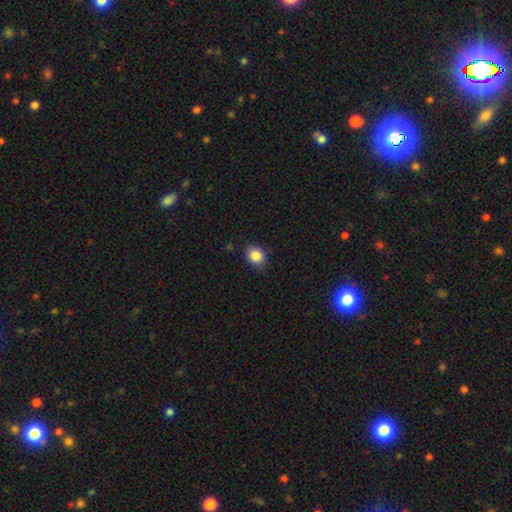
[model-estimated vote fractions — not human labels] smooth_or_featured: smooth (p=0.85) [alt: star or artifact p=0.09]
how_rounded: in between (p=0.55) [alt: round p=0.44]
merging: none (p=0.83) [alt: minor disturbance p=0.14]